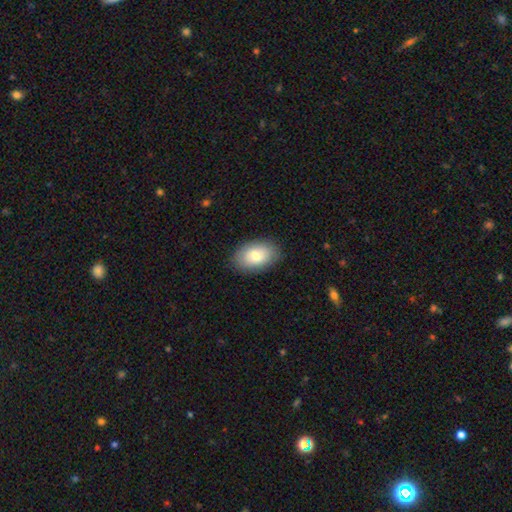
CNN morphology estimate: type=smooth (75%); roundness=in between (91%); merging=none (84%).